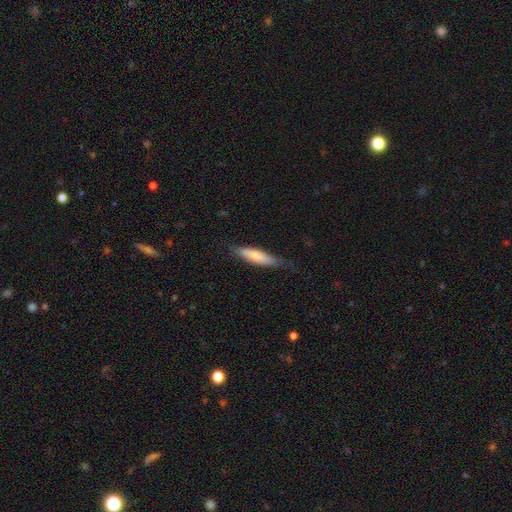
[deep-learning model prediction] A smooth galaxy with no disk features (73%) that is cigar-shaped (71%).

Vote fractions:
- Smooth or featured? smooth: 73% / featured or disk: 22% / star or artifact: 5%
- How rounded? cigar-shaped: 71% / in between: 27% / round: 2%
- Merging? none: 74% / minor disturbance: 20% / major disturbance: 4% / merger: 1%